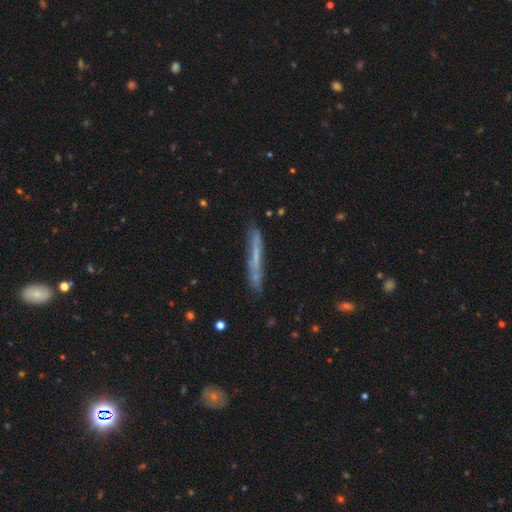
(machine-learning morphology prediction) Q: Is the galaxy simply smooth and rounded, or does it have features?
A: smooth — 47%.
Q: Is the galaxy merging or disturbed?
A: none — 76%.